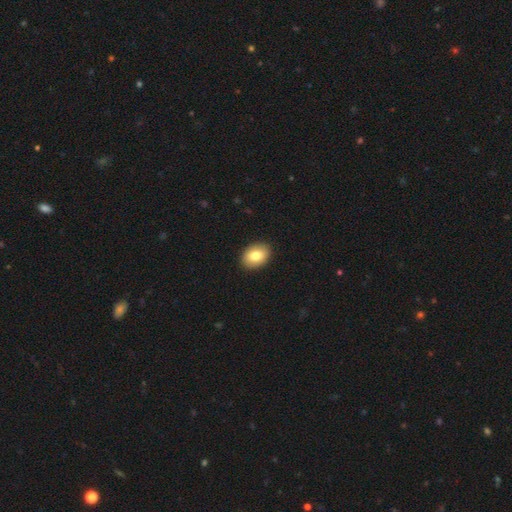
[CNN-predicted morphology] Smooth or featured: smooth — 81% (featured or disk — 11%)
How rounded: in between — 76% (round — 23%)
Merging: none — 90% (minor disturbance — 7%)